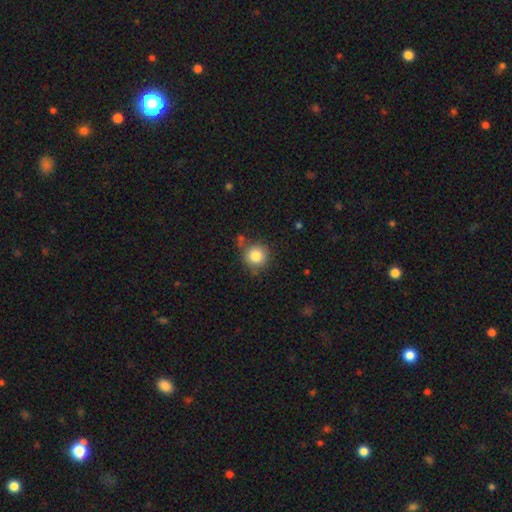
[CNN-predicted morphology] Smooth or featured? Predicted: smooth (p=0.83). How rounded? Predicted: round (p=0.92). Merging? Predicted: none (p=0.74).